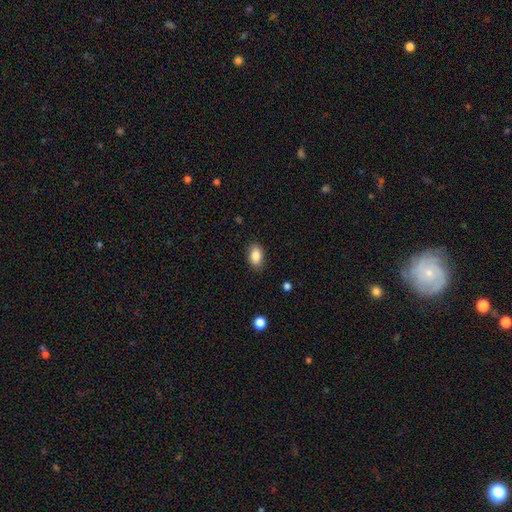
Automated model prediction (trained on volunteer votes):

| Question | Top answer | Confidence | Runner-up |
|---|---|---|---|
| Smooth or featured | smooth | 86% | star or artifact (8%) |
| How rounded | in between | 87% | round (11%) |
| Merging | none | 85% | minor disturbance (11%) |